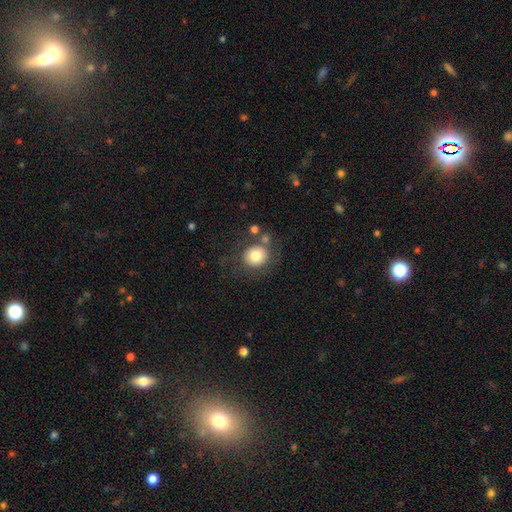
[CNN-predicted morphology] A smooth galaxy with no disk features (78%) that is round (79%). Merging: none (69%).